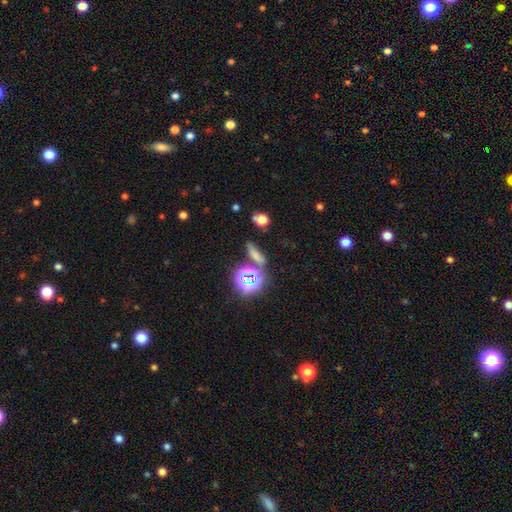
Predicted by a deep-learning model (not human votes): Smooth or featured: smooth — 53% (star or artifact — 33%)
How rounded: cigar-shaped — 53% (in between — 29%)
Merging: none — 70% (minor disturbance — 12%)